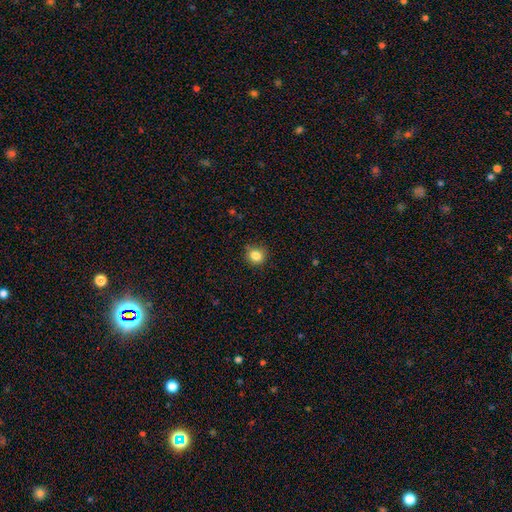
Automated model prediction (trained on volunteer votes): The model was most divided on "how rounded": round: 80%, in between: 19%, cigar-shaped: 1%. More confident: smooth or featured — smooth (84%); merging — none (81%).